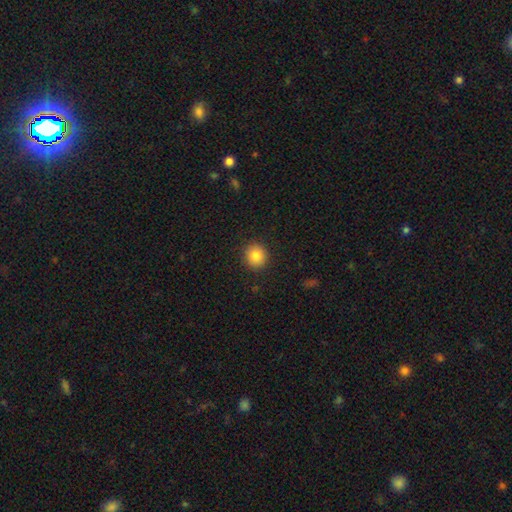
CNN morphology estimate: type=smooth (84%); roundness=round (91%); merging=none (91%).